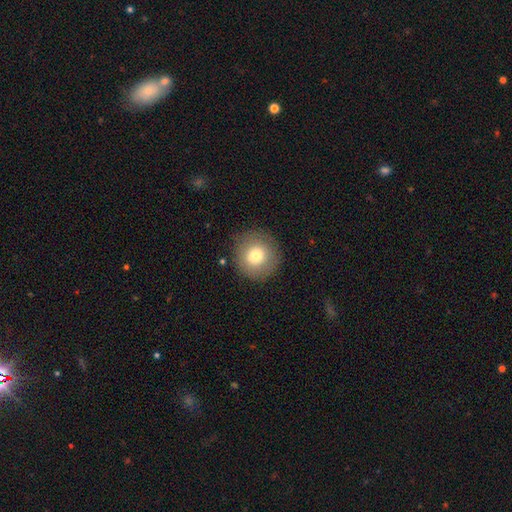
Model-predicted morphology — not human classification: Smooth or featured?
  - smooth: 77% *
  - featured or disk: 14%
  - star or artifact: 10%
How rounded?
  - round: 94% *
  - in between: 5%
  - cigar-shaped: 1%
Merging?
  - none: 87% *
  - minor disturbance: 9%
  - major disturbance: 3%
  - merger: 1%